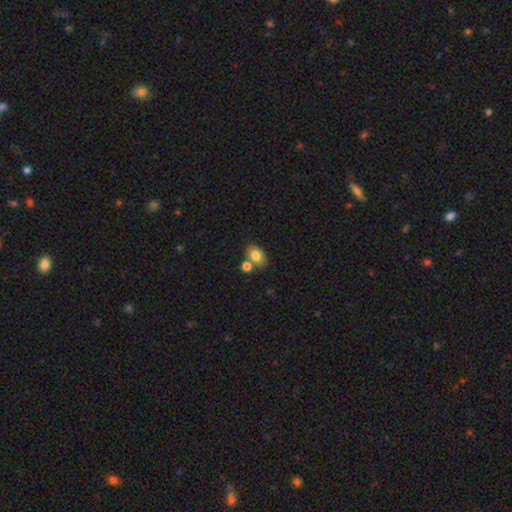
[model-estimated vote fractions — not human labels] Smooth or featured?
  - smooth: 80% *
  - featured or disk: 11%
  - star or artifact: 8%
How rounded?
  - in between: 82% *
  - round: 17%
  - cigar-shaped: 1%
Merging?
  - none: 62% *
  - merger: 22%
  - minor disturbance: 12%
  - major disturbance: 3%